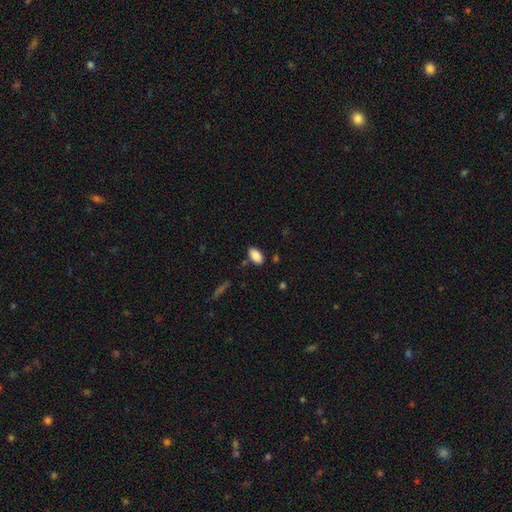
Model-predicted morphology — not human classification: type=smooth (89%); roundness=in between (94%); merging=none (81%).